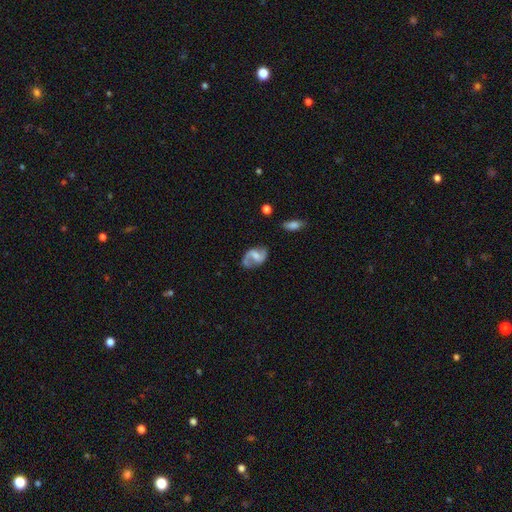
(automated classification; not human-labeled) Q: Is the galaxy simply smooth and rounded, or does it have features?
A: featured or disk — 79%.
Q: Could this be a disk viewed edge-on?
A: no — 97%.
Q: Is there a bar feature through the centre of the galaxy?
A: weak — 51%.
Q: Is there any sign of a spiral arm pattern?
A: yes — 93%.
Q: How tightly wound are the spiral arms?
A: loose — 47%.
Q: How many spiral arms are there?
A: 2 — 85%.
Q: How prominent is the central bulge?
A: moderate — 40%.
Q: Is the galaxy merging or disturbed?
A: none — 71%.